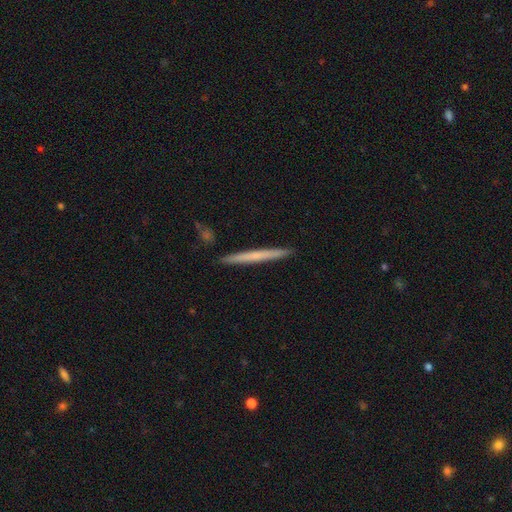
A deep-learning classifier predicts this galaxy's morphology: This is possibly a smooth galaxy (54%). How rounded: clearly cigar-shaped (97%). Merging: clearly none (92%).